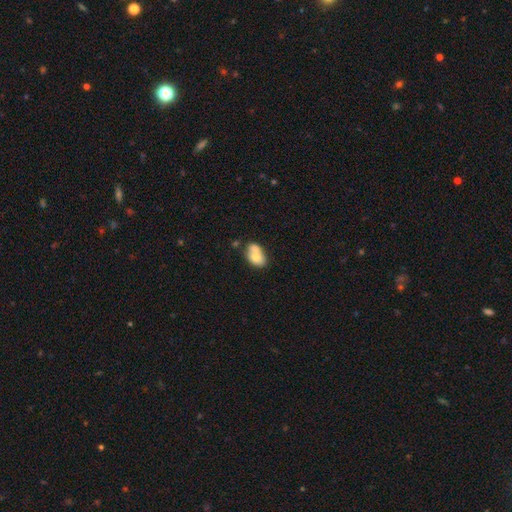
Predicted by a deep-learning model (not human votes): A smooth galaxy with no disk features (71%) that is in between round and cigar-shaped (80%). Merging: merger (50%).